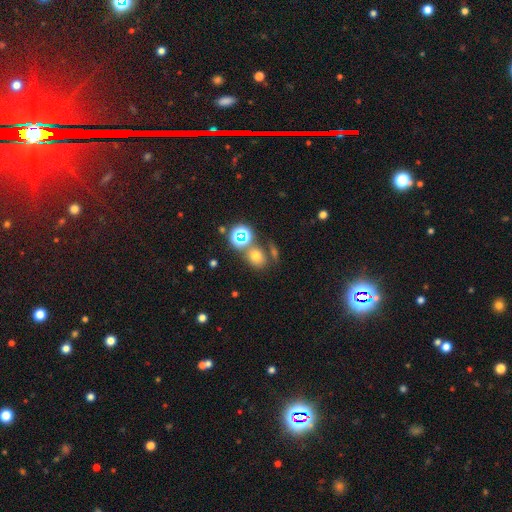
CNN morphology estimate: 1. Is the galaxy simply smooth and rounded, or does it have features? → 64% smooth, 25% star or artifact, 11% featured or disk.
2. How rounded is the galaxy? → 62% round, 37% in between, 1% cigar-shaped.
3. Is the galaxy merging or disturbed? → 64% none, 19% merger, 11% minor disturbance, 5% major disturbance.